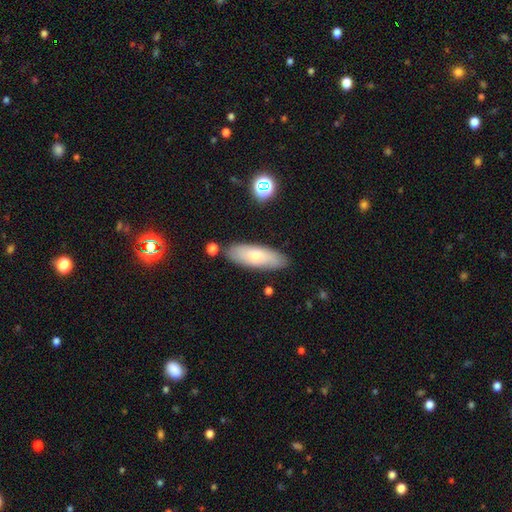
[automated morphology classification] A smooth galaxy with no disk features (68%) that is in between round and cigar-shaped (65%).

Vote fractions:
- Smooth or featured? smooth: 68% / featured or disk: 25% / star or artifact: 7%
- How rounded? in between: 65% / cigar-shaped: 33% / round: 2%
- Merging? none: 82% / minor disturbance: 12% / merger: 3% / major disturbance: 2%